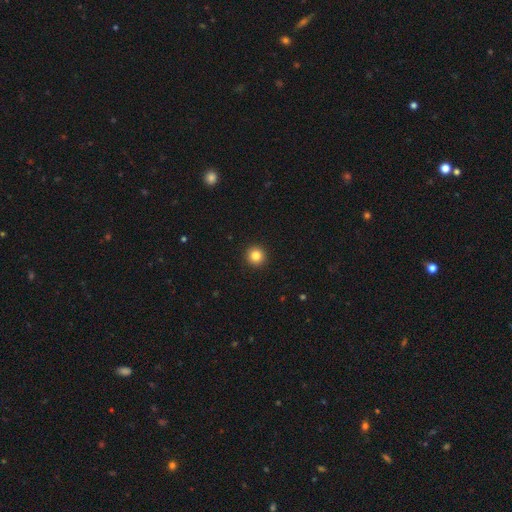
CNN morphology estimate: smooth_or_featured: smooth (p=0.84) [alt: star or artifact p=0.11]
how_rounded: round (p=0.96) [alt: in between p=0.03]
merging: none (p=0.94) [alt: minor disturbance p=0.04]